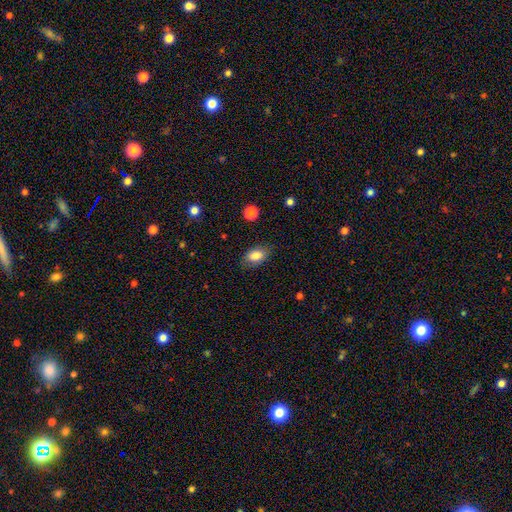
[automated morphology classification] Smooth or featured? Predicted: smooth (p=0.84). How rounded? Predicted: in between (p=0.88). Merging? Predicted: none (p=0.80).